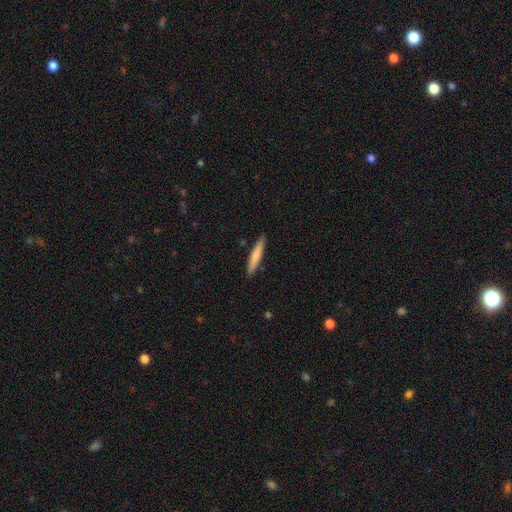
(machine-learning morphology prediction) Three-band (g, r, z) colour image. It shows a smooth galaxy with no disk features (76%) that is cigar-shaped (93%). Merging: none (88%).